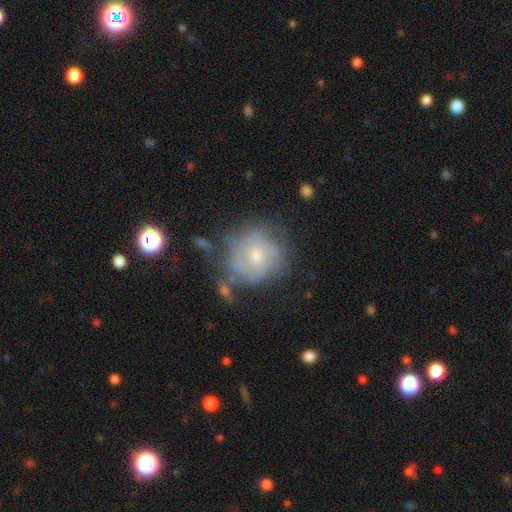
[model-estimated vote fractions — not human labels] Smooth or featured: featured or disk — 63% (smooth — 29%)
Edge-on disk: no — 97% (yes — 3%)
Bar: no — 76% (weak — 21%)
Spiral arms: yes — 76% (no — 24%)
Bulge size: moderate — 50% (small — 46%)
Merging: none — 58% (minor disturbance — 23%)